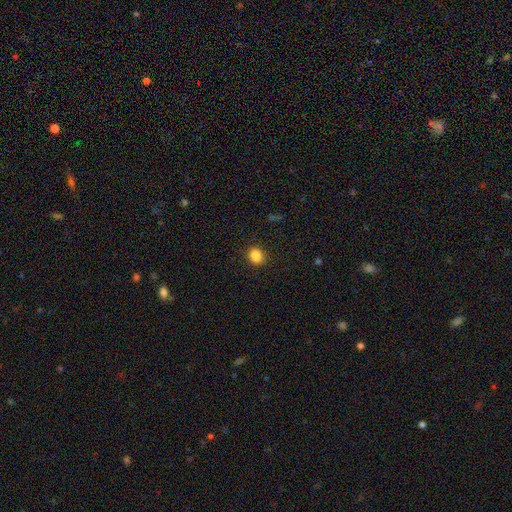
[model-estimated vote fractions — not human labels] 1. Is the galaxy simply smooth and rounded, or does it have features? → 86% smooth, 10% star or artifact, 4% featured or disk.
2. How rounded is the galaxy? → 63% round, 36% in between, 1% cigar-shaped.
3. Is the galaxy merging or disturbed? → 89% none, 8% minor disturbance, 3% major disturbance, 1% merger.